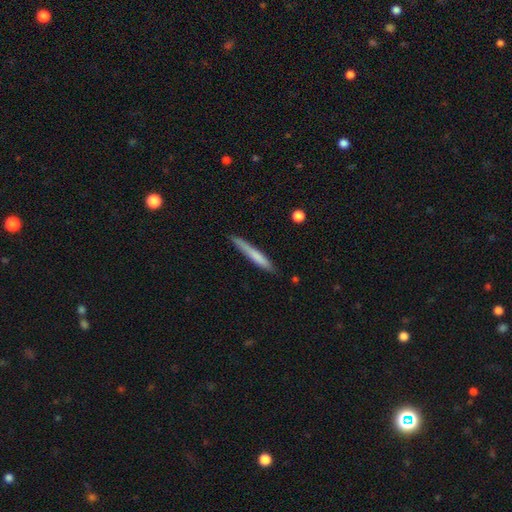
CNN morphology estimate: The model was most divided on "smooth or featured": smooth: 70%, featured or disk: 25%, star or artifact: 6%. More confident: how rounded — cigar-shaped (95%); merging — none (82%).